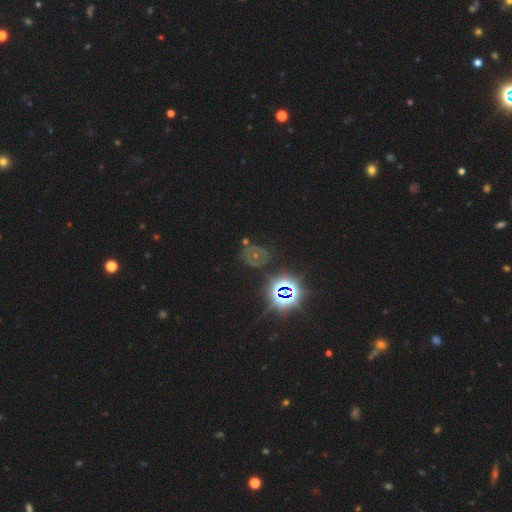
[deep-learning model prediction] Smooth or featured: star or artifact — 55% (featured or disk — 23%)